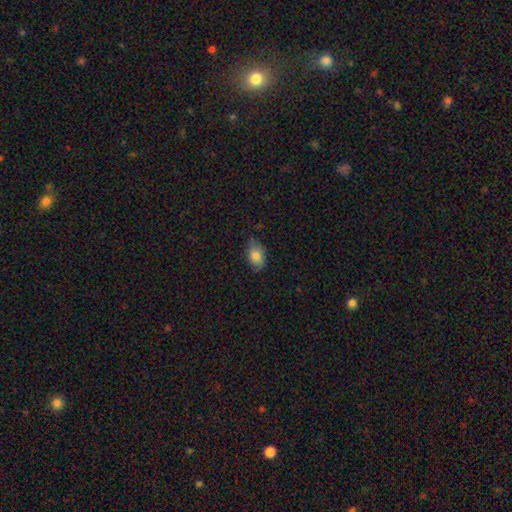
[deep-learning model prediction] A smooth galaxy with no disk features (81%) that is in between round and cigar-shaped (87%).

Vote fractions:
- Smooth or featured? smooth: 81% / featured or disk: 11% / star or artifact: 8%
- How rounded? in between: 87% / round: 11% / cigar-shaped: 2%
- Merging? none: 72% / minor disturbance: 23% / major disturbance: 4% / merger: 1%